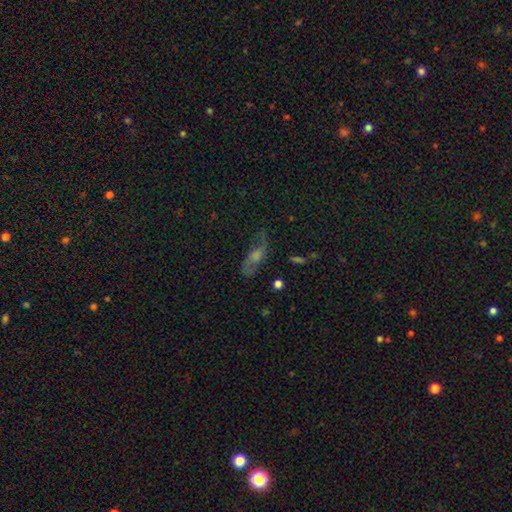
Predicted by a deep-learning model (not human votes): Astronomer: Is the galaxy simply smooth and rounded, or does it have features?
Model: featured or disk — 61%.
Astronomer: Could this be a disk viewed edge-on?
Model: no — 78%.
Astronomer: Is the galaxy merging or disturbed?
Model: none — 65%.